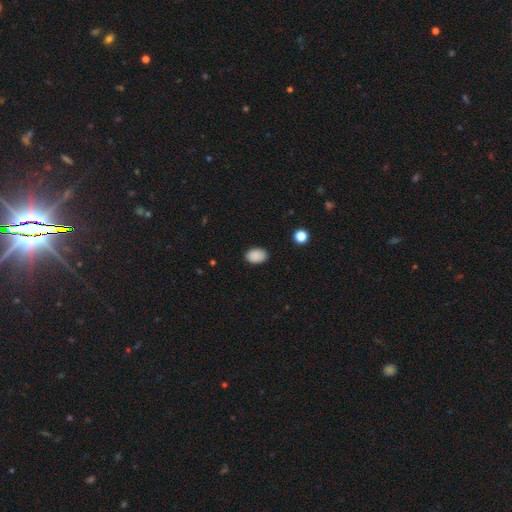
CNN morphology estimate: smooth-or-featured: smooth: 88% | star or artifact: 9% | featured or disk: 3%
  how-rounded: in between: 83% | round: 16% | cigar-shaped: 1%
  merging: none: 86% | minor disturbance: 10% | major disturbance: 2% | merger: 1%